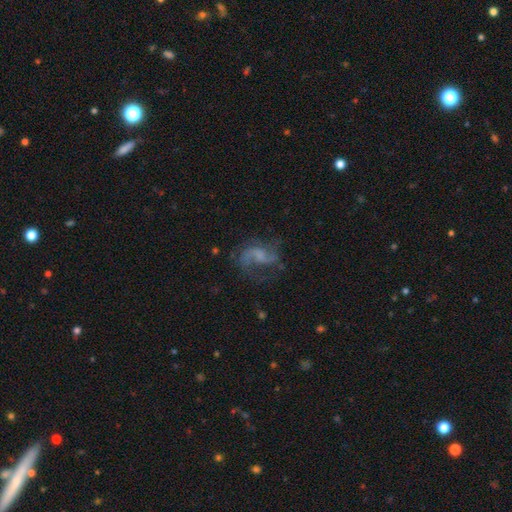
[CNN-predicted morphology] Smooth or featured: featured or disk — 78% (smooth — 12%)
Edge-on disk: no — 97% (yes — 3%)
Bar: weak — 45% (no — 41%)
Spiral arms: yes — 93% (no — 7%)
Spiral winding: loose — 55% (medium — 37%)
Spiral arm count: 2 — 80% (1 — 10%)
Bulge size: none — 46% (small — 28%)
Merging: none — 60% (major disturbance — 19%)